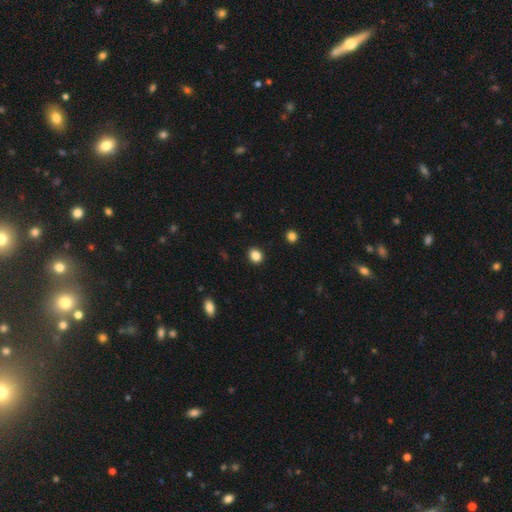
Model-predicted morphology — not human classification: Smooth or featured? Predicted: smooth (p=0.85). How rounded? Predicted: round (p=0.67). Merging? Predicted: none (p=0.91).